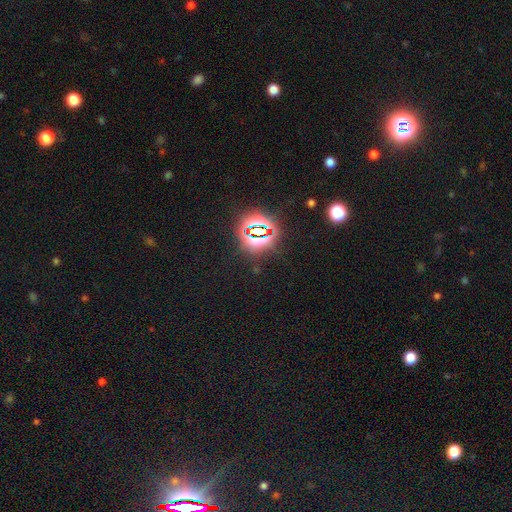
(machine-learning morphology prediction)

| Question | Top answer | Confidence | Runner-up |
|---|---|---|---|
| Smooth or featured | star or artifact | 79% | smooth (14%) |